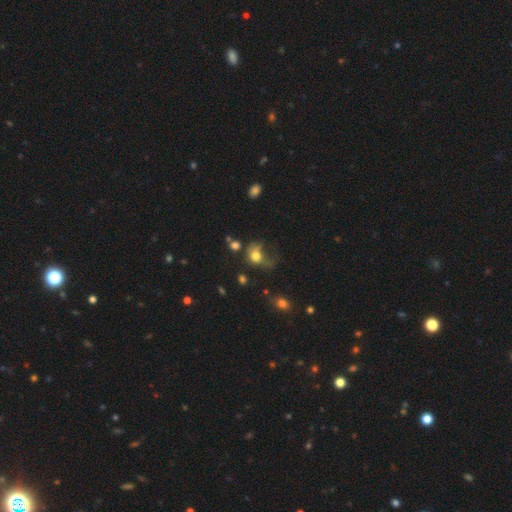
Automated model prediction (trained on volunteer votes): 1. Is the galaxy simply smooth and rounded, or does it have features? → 69% smooth, 20% featured or disk, 12% star or artifact.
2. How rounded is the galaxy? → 56% round, 43% in between, 1% cigar-shaped.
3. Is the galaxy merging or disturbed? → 53% major disturbance, 21% none, 19% minor disturbance, 8% merger.